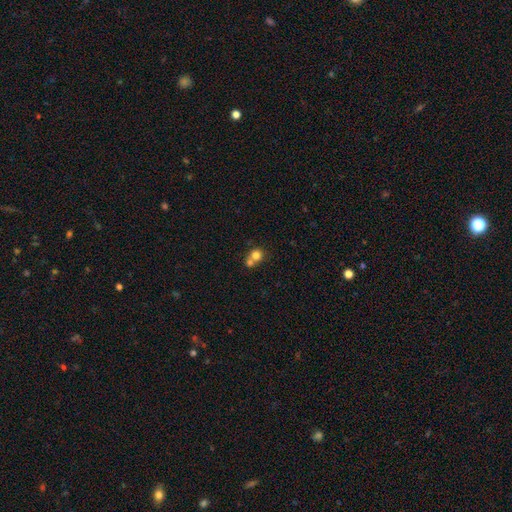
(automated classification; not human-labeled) A smooth galaxy with no disk features (77%) that is round (82%). Merging: merger (56%).